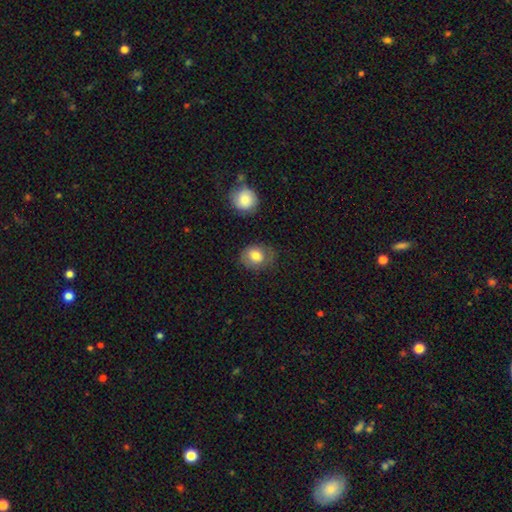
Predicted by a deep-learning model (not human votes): Smooth or featured? Predicted: smooth (p=0.75). How rounded? Predicted: round (p=0.57). Merging? Predicted: none (p=0.68).